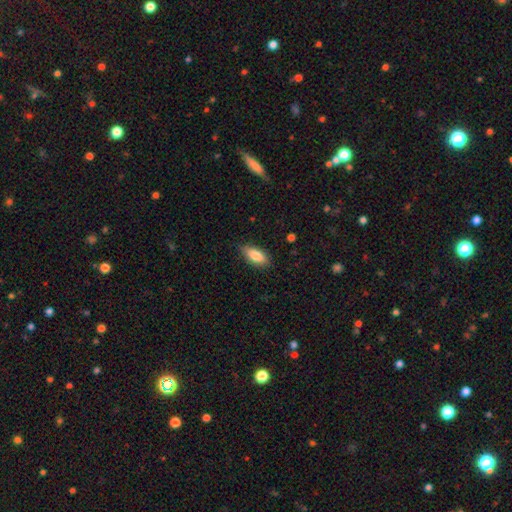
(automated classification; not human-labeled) Q: Smooth or featured?
A: smooth (83%); runner-up: featured or disk (11%)
Q: How rounded?
A: in between (82%); runner-up: cigar-shaped (16%)
Q: Merging?
A: none (83%); runner-up: minor disturbance (13%)